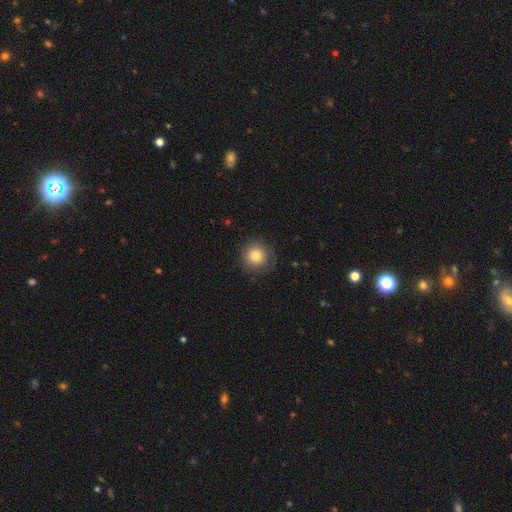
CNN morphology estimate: A smooth galaxy with no disk features (82%) that is round (93%).

Vote fractions:
- Smooth or featured? smooth: 82% / star or artifact: 10% / featured or disk: 8%
- How rounded? round: 93% / in between: 6% / cigar-shaped: 1%
- Merging? none: 85% / minor disturbance: 11% / major disturbance: 4% / merger: 1%